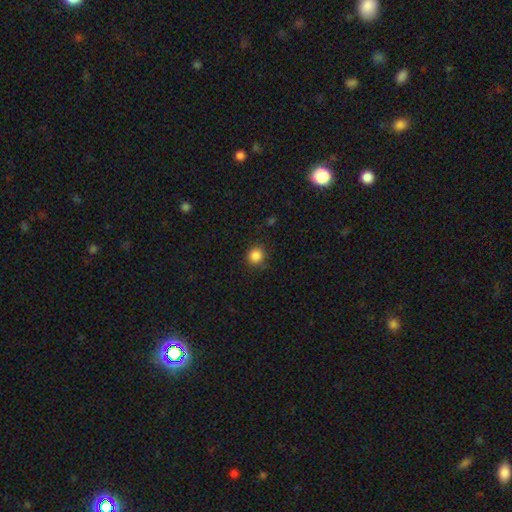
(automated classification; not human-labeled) Smooth or featured: smooth — 86% (star or artifact — 11%)
How rounded: round — 91% (in between — 8%)
Merging: none — 86% (minor disturbance — 10%)